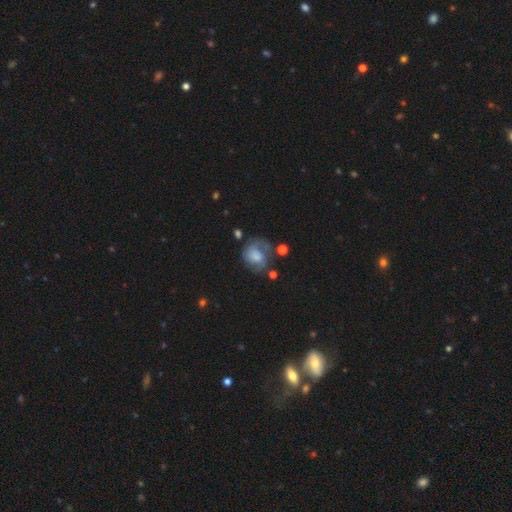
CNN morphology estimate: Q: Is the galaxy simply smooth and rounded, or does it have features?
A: featured or disk — 51%.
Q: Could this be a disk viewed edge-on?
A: no — 98%.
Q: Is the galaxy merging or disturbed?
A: none — 49%.